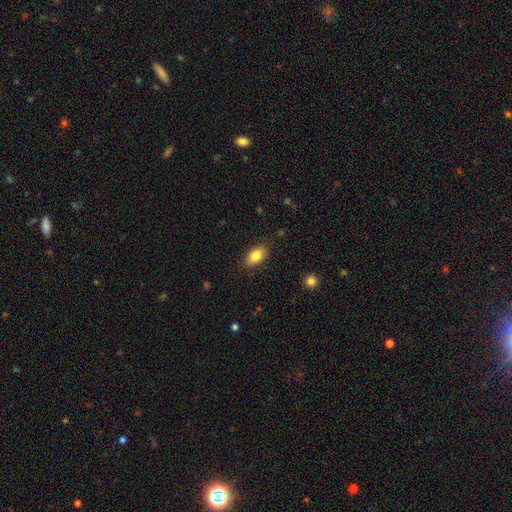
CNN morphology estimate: A smooth galaxy with no disk features (83%) that is in between round and cigar-shaped (91%). Merging: none (86%).